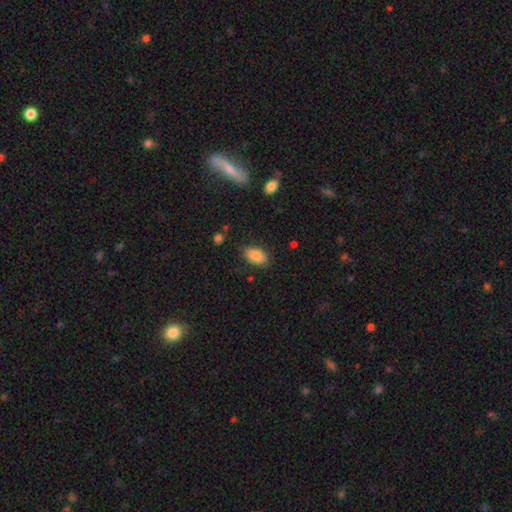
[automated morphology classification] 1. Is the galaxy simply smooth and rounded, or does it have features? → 87% smooth, 8% star or artifact, 5% featured or disk.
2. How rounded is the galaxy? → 92% in between, 5% round, 3% cigar-shaped.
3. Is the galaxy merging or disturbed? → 82% none, 13% minor disturbance, 3% major disturbance, 1% merger.